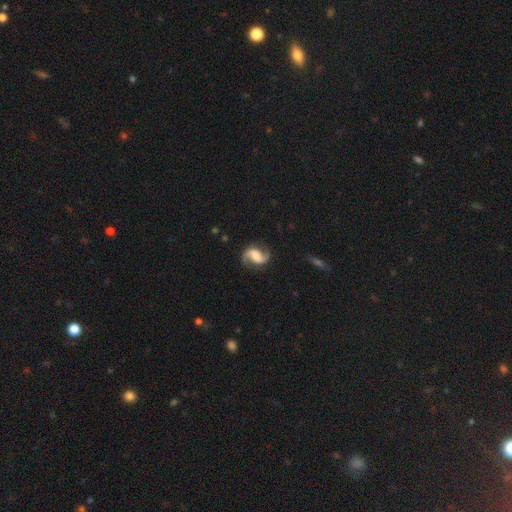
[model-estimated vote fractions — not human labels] Q: Smooth or featured?
A: featured or disk (85%); runner-up: smooth (10%)
Q: Edge-on disk?
A: no (98%); runner-up: yes (2%)
Q: Bar?
A: weak (42%); runner-up: no (39%)
Q: Spiral arms?
A: yes (97%); runner-up: no (3%)
Q: Spiral winding?
A: loose (54%); runner-up: medium (37%)
Q: Spiral arm count?
A: 2 (93%); runner-up: 1 (2%)
Q: Bulge size?
A: moderate (41%); runner-up: small (22%)
Q: Merging?
A: none (81%); runner-up: minor disturbance (13%)